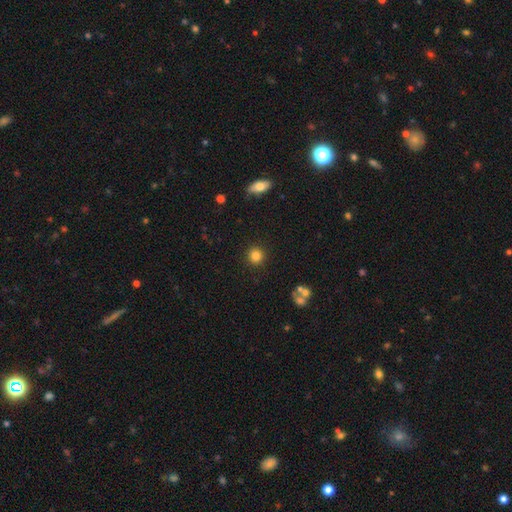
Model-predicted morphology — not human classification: Smooth or featured? smooth (83%)
How rounded? round (93%)
Merging? none (90%)